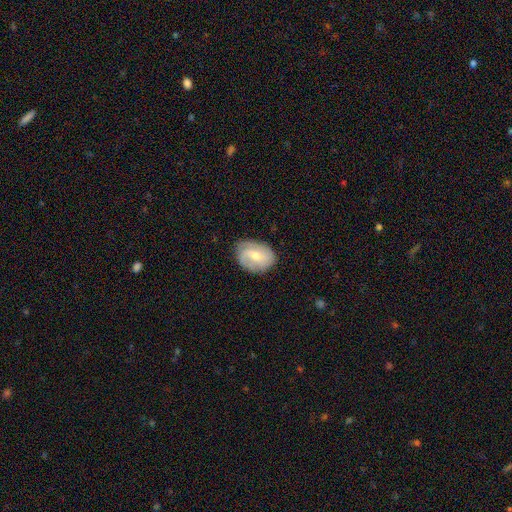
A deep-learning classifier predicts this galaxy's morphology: smooth-or-featured: featured or disk: 61% | smooth: 33% | star or artifact: 6%
  disk-edge-on: no: 97% | yes: 3%
    bar: weak: 45% (tied) | no: 45% (tied) | strong: 10%
    has-spiral-arms: yes: 87% | no: 13%
      spiral-winding: medium: 41% | tight: 34% | loose: 25%
      spiral-arm-count: 2: 50% | can't tell: 22% | 1: 12% | 3: 11% | 4: 2% | more than 4: 2%
    bulge-size: moderate: 52% | small: 42% | large: 3% | none: 2% | dominant: 1%
  merging: none: 75% | minor disturbance: 19% | major disturbance: 6% | merger: 1%